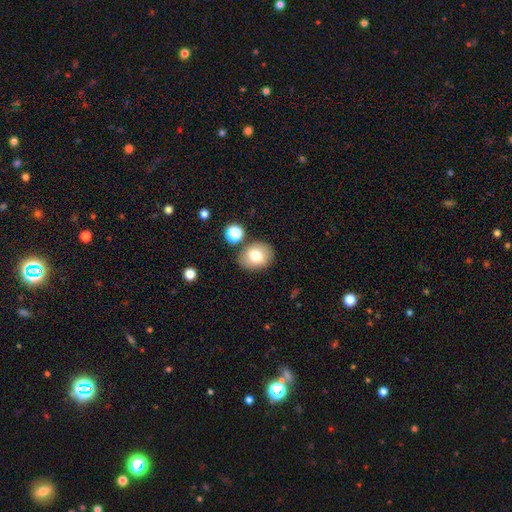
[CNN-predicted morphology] smooth_or_featured: smooth (p=0.76) [alt: featured or disk p=0.15]
how_rounded: in between (p=0.52) [alt: round p=0.47]
merging: none (p=0.79) [alt: minor disturbance p=0.11]